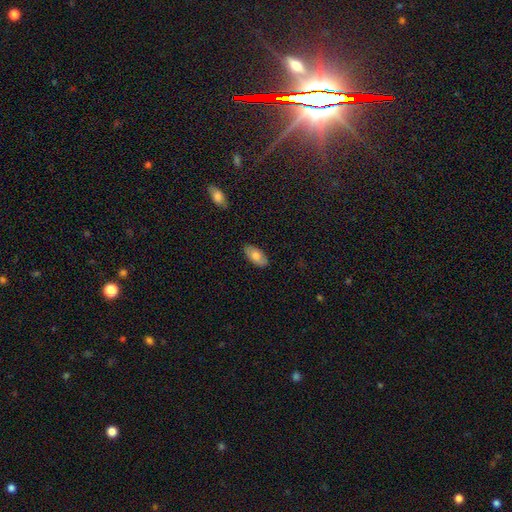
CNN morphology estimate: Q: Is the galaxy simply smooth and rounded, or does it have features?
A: smooth — 75%.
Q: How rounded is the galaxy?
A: in between — 92%.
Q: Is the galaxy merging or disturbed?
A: none — 87%.